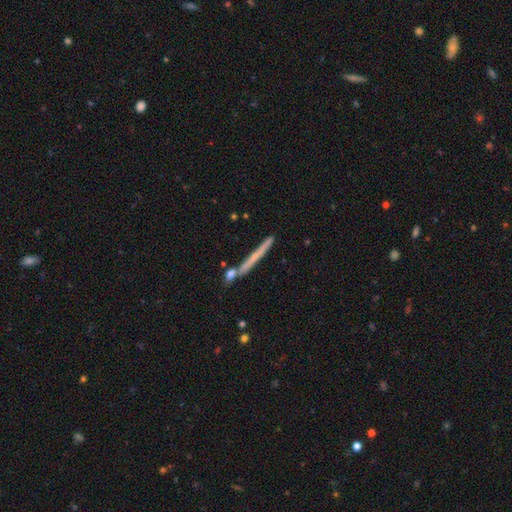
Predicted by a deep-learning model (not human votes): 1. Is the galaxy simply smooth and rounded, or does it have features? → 48% smooth, 44% featured or disk, 7% star or artifact.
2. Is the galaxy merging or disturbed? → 78% none, 11% minor disturbance, 9% merger, 3% major disturbance.